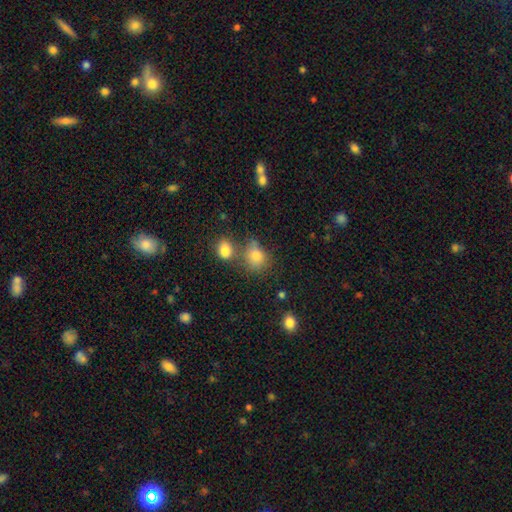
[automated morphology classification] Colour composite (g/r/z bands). It shows a smooth galaxy with no disk features (80%) that is round (65%). Merging: none (54%).